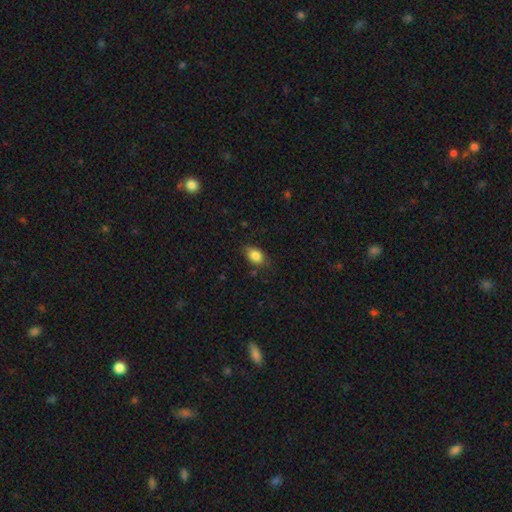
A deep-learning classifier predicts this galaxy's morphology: smooth-or-featured: smooth: 85% | star or artifact: 8% | featured or disk: 7%
  how-rounded: in between: 85% | round: 13% | cigar-shaped: 2%
  merging: none: 76% | minor disturbance: 19% | major disturbance: 4% | merger: 1%